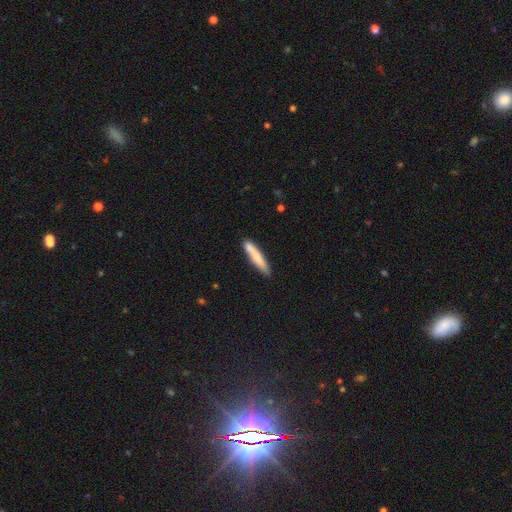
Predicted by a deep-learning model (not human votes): smooth_or_featured: smooth (p=0.70) [alt: featured or disk p=0.24]
how_rounded: cigar-shaped (p=0.92) [alt: in between p=0.07]
merging: none (p=0.78) [alt: minor disturbance p=0.14]